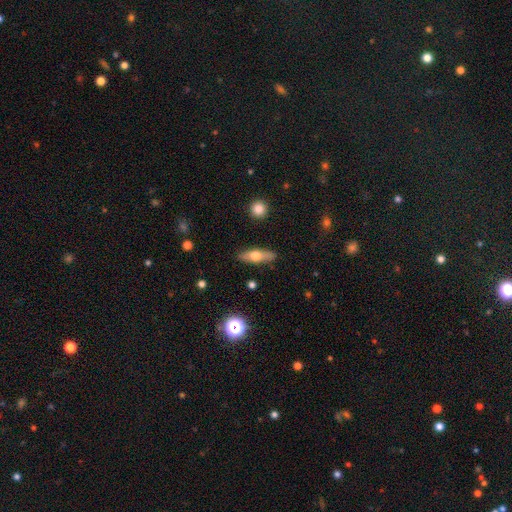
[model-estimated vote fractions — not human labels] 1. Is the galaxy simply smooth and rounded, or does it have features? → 54% smooth, 39% featured or disk, 7% star or artifact.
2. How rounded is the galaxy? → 48% in between (tied), 48% cigar-shaped (tied), 4% round.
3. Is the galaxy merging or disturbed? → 87% none, 9% minor disturbance, 2% major disturbance, 2% merger.